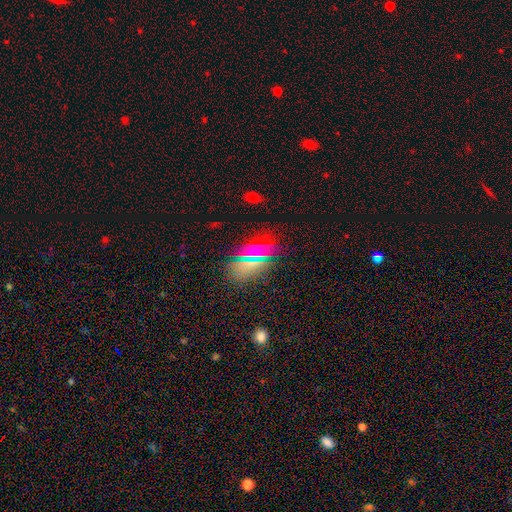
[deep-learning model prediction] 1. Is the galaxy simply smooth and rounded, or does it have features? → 56% smooth, 30% star or artifact, 15% featured or disk.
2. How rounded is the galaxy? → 80% in between, 13% round, 7% cigar-shaped.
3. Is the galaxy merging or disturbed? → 81% none, 12% minor disturbance, 4% major disturbance, 3% merger.